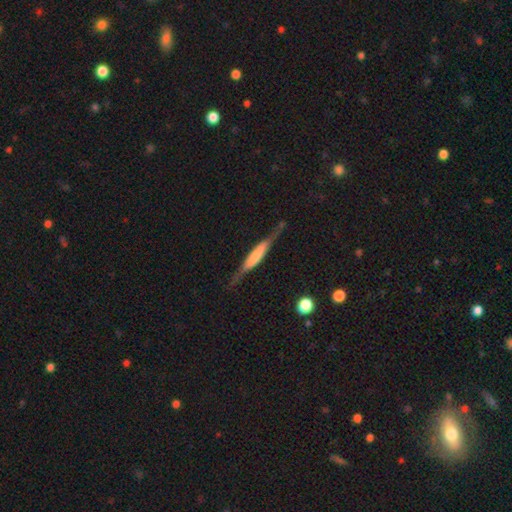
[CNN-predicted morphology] featured or disk 55%, smooth 39%, star or artifact 6%. Down the decision tree: edge-on disk — yes (92%); edge-on bulge — boxy (42%); merging — none (73%).